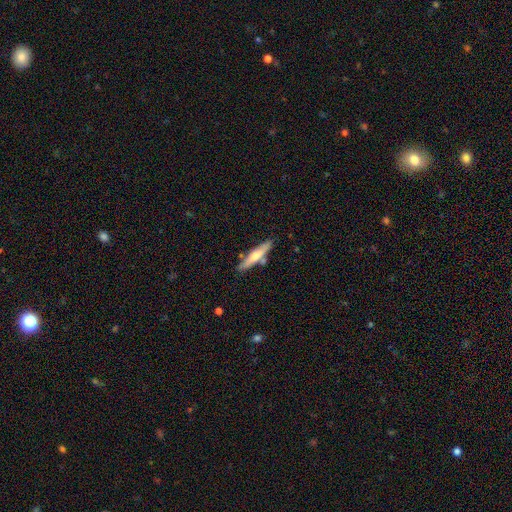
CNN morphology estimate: This is possibly a smooth galaxy (49%). Merging: clearly none (81%).